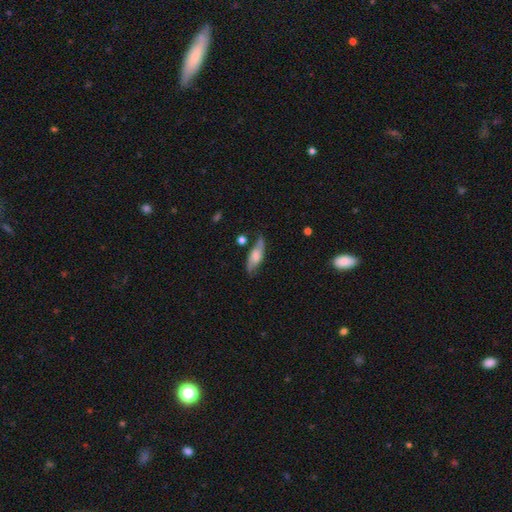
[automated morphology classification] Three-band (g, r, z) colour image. It shows a smooth galaxy with no disk features (47%). Merging: none (58%).